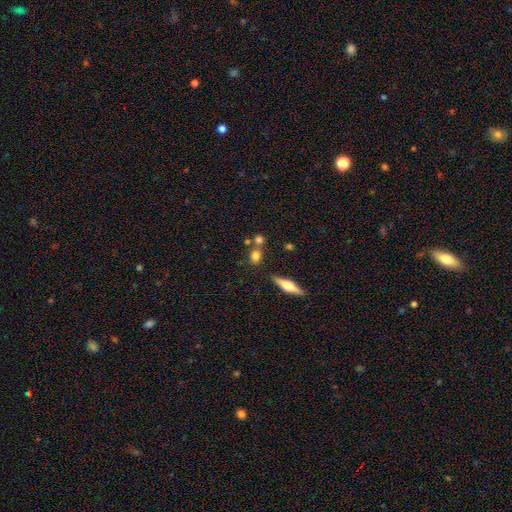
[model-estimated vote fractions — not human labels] A smooth galaxy with no disk features (74%) that is round (69%). Merging: none (60%).